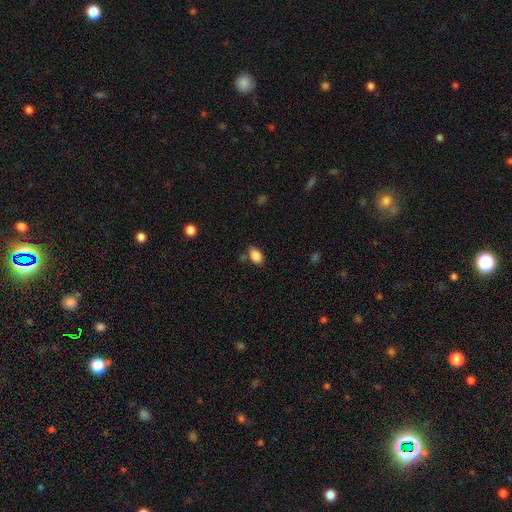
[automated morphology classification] This appears to be a smooth galaxy with no disk features (87%) that is in between round and cigar-shaped (88%). Merging: none (72%).